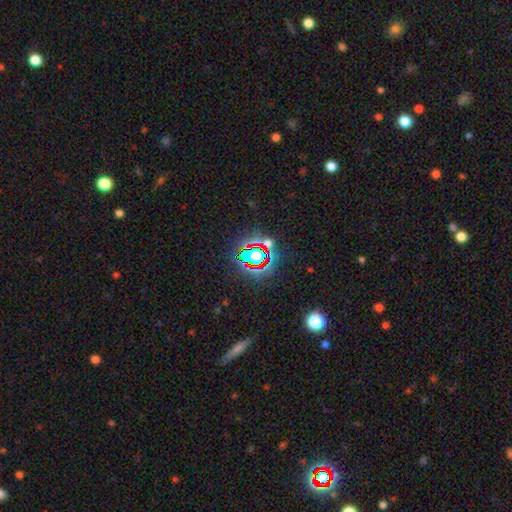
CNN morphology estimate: A star or artifact, not a galaxy (71%).

Vote fractions:
- Smooth or featured? star or artifact: 71% / smooth: 19% / featured or disk: 11%